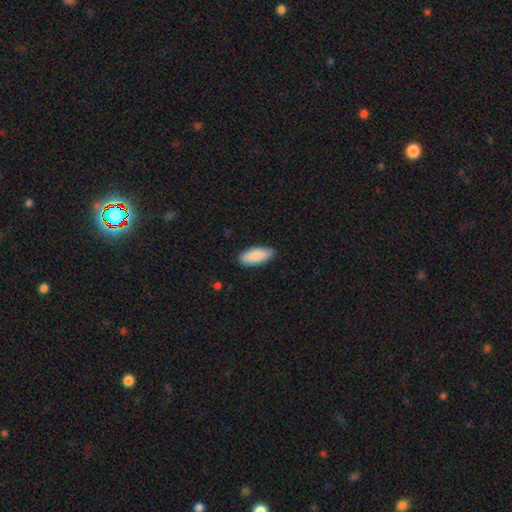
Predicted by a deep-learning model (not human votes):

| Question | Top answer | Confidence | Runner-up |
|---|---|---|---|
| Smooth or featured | smooth | 89% | featured or disk (6%) |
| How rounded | in between | 84% | cigar-shaped (15%) |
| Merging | none | 87% | minor disturbance (11%) |